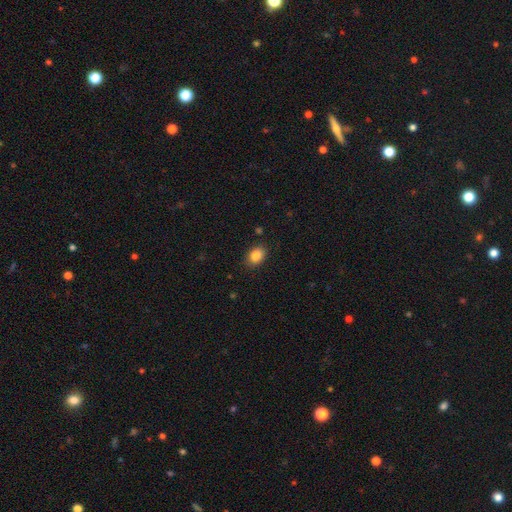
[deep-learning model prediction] Morphology: type=smooth (85%); roundness=in between (76%); merging=none (87%).